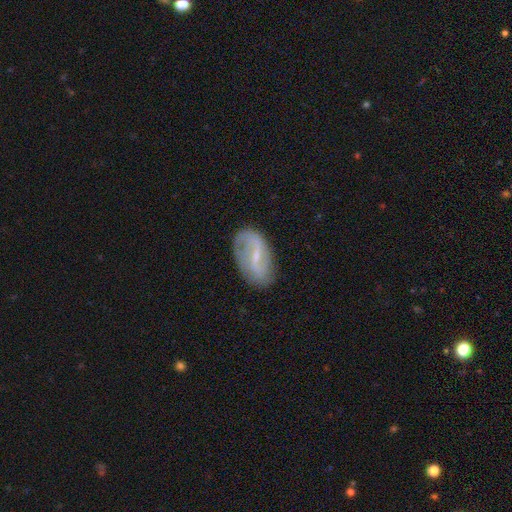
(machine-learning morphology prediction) Q: Smooth or featured?
A: featured or disk (73%); runner-up: smooth (20%)
Q: Edge-on disk?
A: no (95%); runner-up: yes (5%)
Q: Bar?
A: weak (46%); runner-up: strong (38%)
Q: Spiral arms?
A: yes (81%); runner-up: no (19%)
Q: Spiral winding?
A: loose (53%); runner-up: medium (31%)
Q: Spiral arm count?
A: 2 (73%); runner-up: can't tell (14%)
Q: Bulge size?
A: small (71%); runner-up: moderate (19%)
Q: Merging?
A: none (74%); runner-up: minor disturbance (18%)